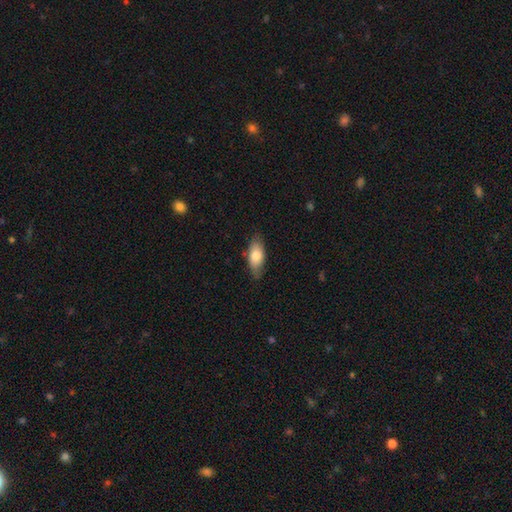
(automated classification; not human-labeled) Overall: smooth (77%). How rounded: in between (84%). Merging: none (78%).